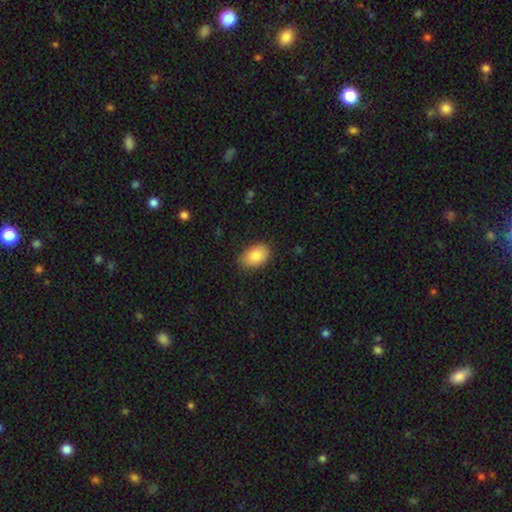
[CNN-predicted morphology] This is clearly a smooth galaxy (83%). How rounded: clearly in between (86%). Merging: likely none (79%).